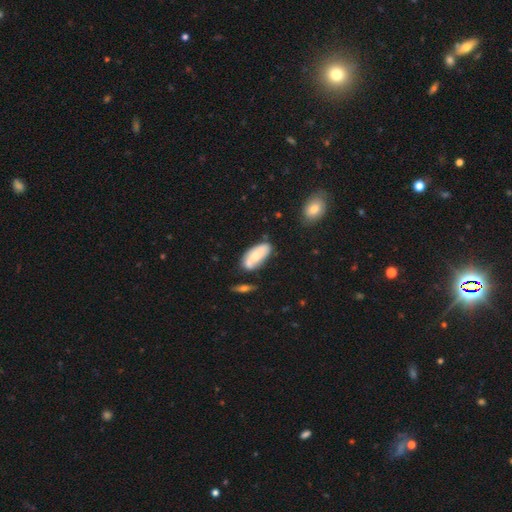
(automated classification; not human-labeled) Morphology: type=smooth (60%); roundness=in between (86%); merging=none (59%).